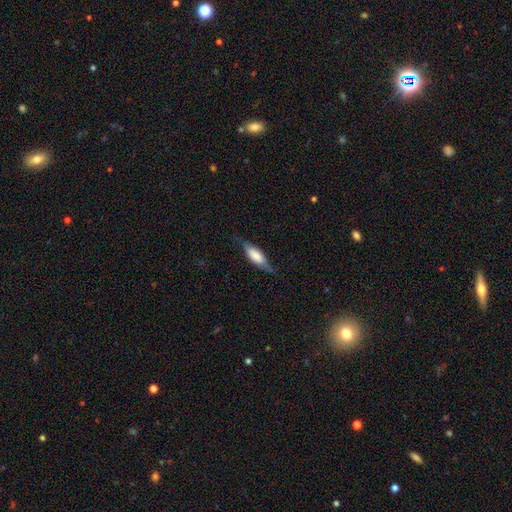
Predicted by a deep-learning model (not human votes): Smooth or featured: smooth — 66% (featured or disk — 28%)
How rounded: in between — 61% (cigar-shaped — 37%)
Merging: none — 70% (minor disturbance — 23%)